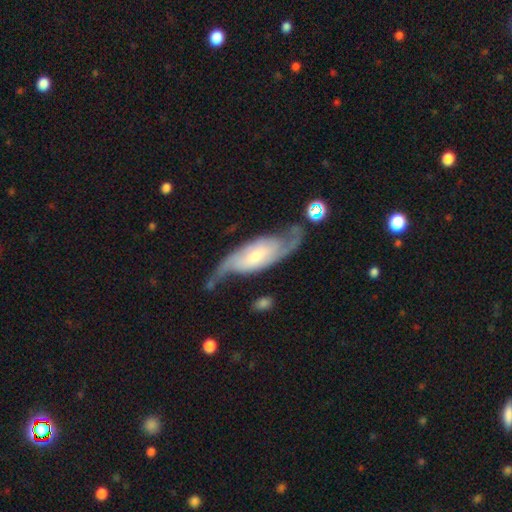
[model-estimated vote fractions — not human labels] A featured or disk galaxy (81%) with no bar (45%), 2 (88%) loose (51%) spiral arms (95%) and a small central bulge (45%).

Vote fractions:
- Smooth or featured? featured or disk: 81% / smooth: 14% / star or artifact: 5%
- Edge-on disk? no: 90% / yes: 10%
- Bar? no: 45% / weak: 39% / strong: 16%
- Spiral arms? yes: 95% / no: 5%
- Spiral winding? loose: 51% / medium: 33% / tight: 15%
- Spiral arm count? 2: 88% / can't tell: 6% / 1: 2% / 3: 1% / 4: 1% / more than 4: 1%
- Bulge size? small: 45% / moderate: 42% / large: 7% / none: 4% / dominant: 2%
- Merging? none: 60% / minor disturbance: 21% / major disturbance: 14% / merger: 5%